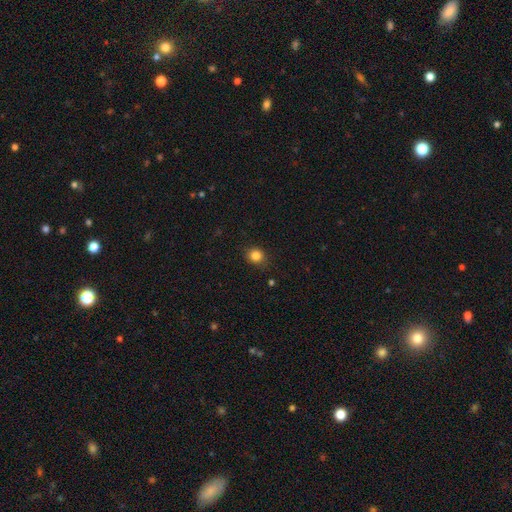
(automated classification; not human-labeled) Q: Smooth or featured?
A: smooth (84%); runner-up: star or artifact (12%)
Q: How rounded?
A: round (79%); runner-up: in between (20%)
Q: Merging?
A: none (85%); runner-up: minor disturbance (11%)